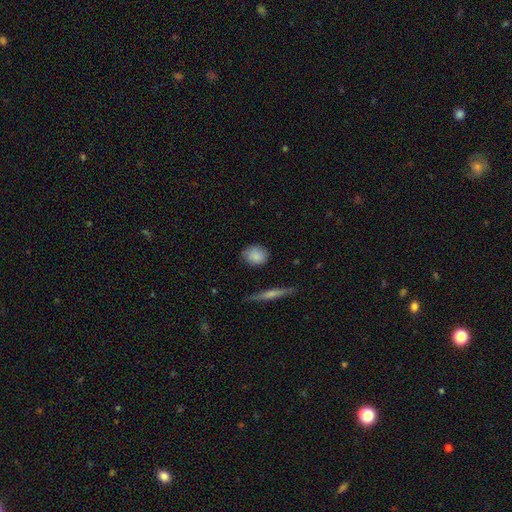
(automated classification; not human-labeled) A smooth galaxy with no disk features (86%) that is round (70%). Merging: none (80%).